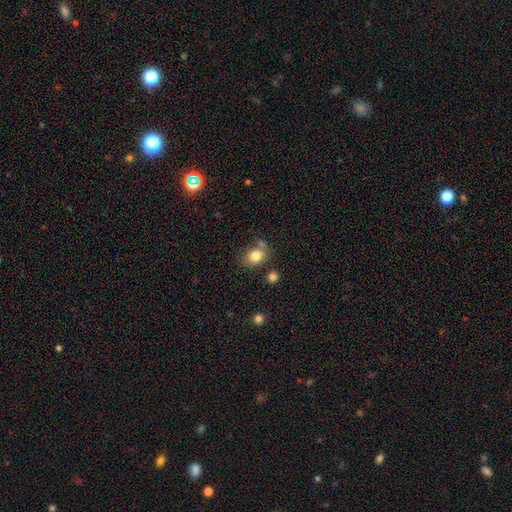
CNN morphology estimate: smooth 82%, star or artifact 10%, featured or disk 9%. Down the decision tree: how rounded — in between (59%); merging — none (62%).